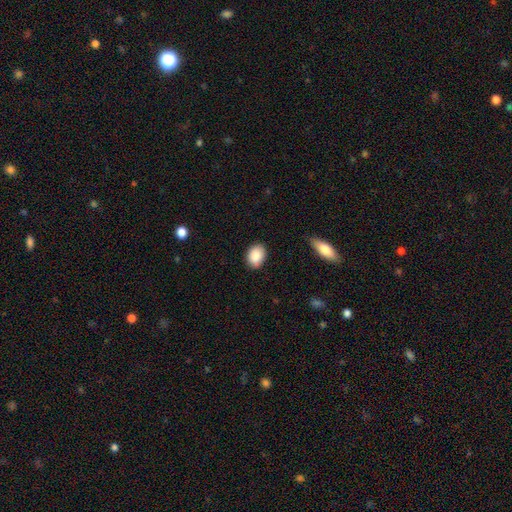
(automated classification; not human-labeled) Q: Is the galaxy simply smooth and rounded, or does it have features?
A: smooth — 89%.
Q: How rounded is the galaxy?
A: in between — 77%.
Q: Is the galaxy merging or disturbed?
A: none — 83%.